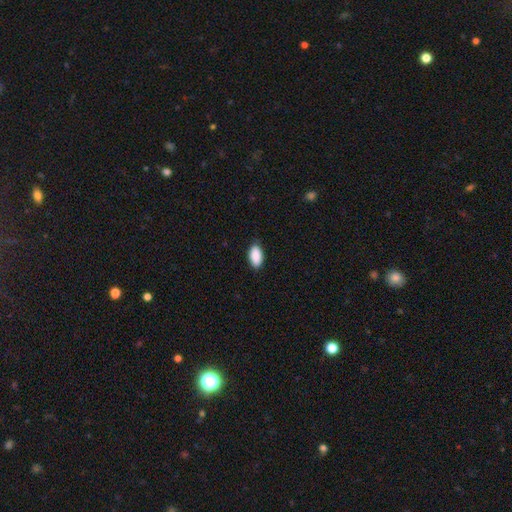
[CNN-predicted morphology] A smooth galaxy with no disk features (90%) that is in between round and cigar-shaped (94%).

Vote fractions:
- Smooth or featured? smooth: 90% / star or artifact: 6% / featured or disk: 4%
- How rounded? in between: 94% / cigar-shaped: 3% / round: 3%
- Merging? none: 84% / minor disturbance: 13% / major disturbance: 2% / merger: 1%